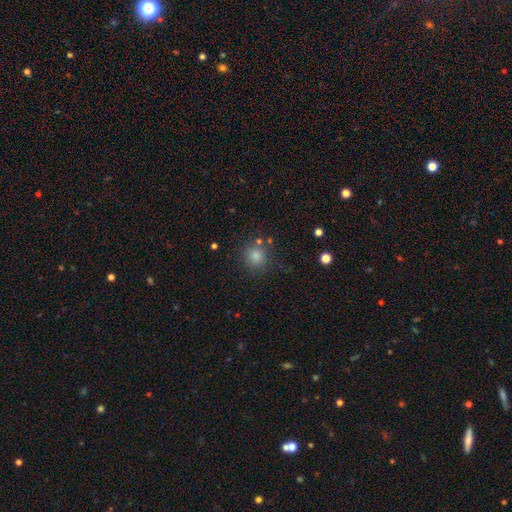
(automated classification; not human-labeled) smooth_or_featured: smooth (p=0.76) [alt: star or artifact p=0.18]
how_rounded: round (p=0.91) [alt: in between p=0.08]
merging: none (p=0.81) [alt: minor disturbance p=0.10]